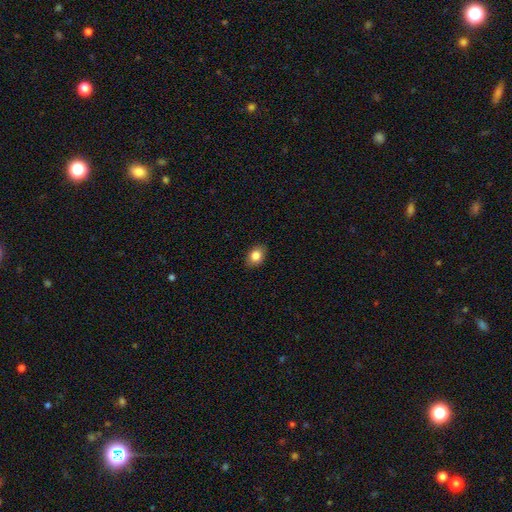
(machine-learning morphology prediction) This is clearly a smooth galaxy (84%). How rounded: likely in between (71%). Merging: clearly none (87%).